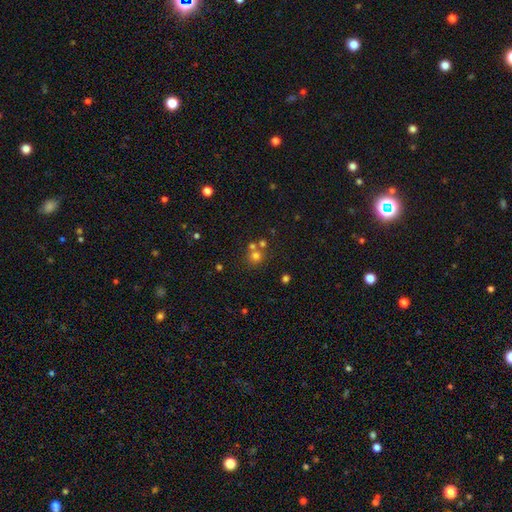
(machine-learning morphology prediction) smooth_or_featured: smooth (p=0.69) [alt: star or artifact p=0.20]
how_rounded: round (p=0.89) [alt: in between p=0.10]
merging: none (p=0.60) [alt: merger p=0.30]